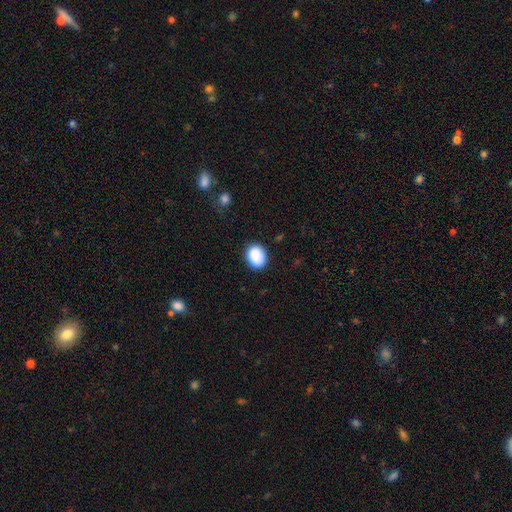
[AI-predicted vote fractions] A smooth galaxy with no disk features (88%) that is in between round and cigar-shaped (54%). Merging: none (83%).